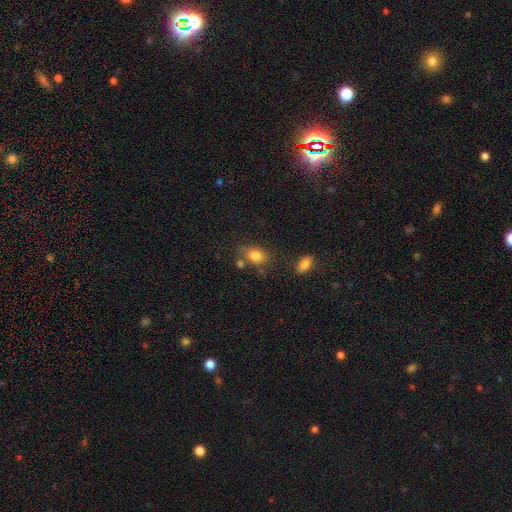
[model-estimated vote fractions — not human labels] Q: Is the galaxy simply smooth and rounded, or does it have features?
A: smooth — 82%.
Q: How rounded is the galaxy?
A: in between — 74%.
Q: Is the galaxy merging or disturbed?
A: none — 62%.